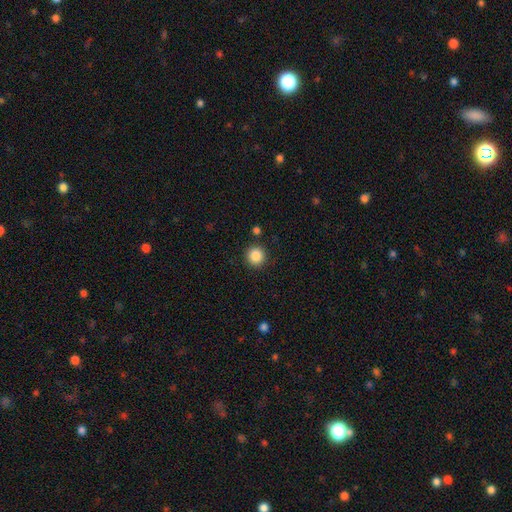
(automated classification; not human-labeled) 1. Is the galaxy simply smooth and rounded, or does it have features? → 87% smooth, 10% star or artifact, 4% featured or disk.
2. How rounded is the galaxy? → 94% round, 5% in between, 1% cigar-shaped.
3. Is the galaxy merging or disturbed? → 89% none, 6% minor disturbance, 3% merger, 2% major disturbance.